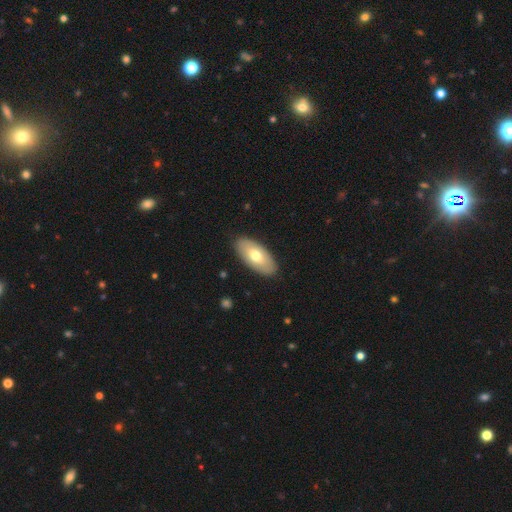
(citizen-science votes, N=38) Volunteers were most divided on "smooth or featured": smooth: 55%, featured or disk: 42%, star or artifact: 3%. More confident: how rounded — in between (100%); merging — none (95%).